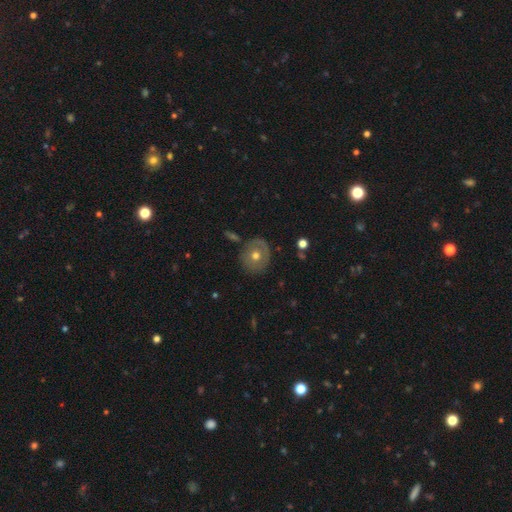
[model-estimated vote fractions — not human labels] The model was most divided on "smooth or featured": smooth: 51%, featured or disk: 41%, star or artifact: 9%. More confident: how rounded — round (83%); merging — none (78%).